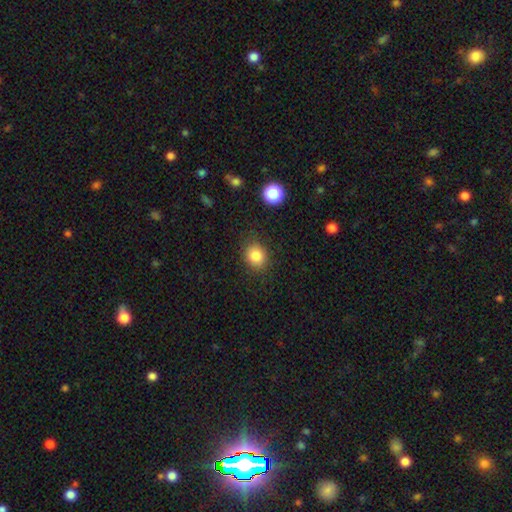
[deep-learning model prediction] Smooth or featured?
  - smooth: 84% *
  - star or artifact: 11%
  - featured or disk: 6%
How rounded?
  - round: 69% *
  - in between: 30%
  - cigar-shaped: 1%
Merging?
  - none: 84% *
  - minor disturbance: 11%
  - major disturbance: 3%
  - merger: 2%